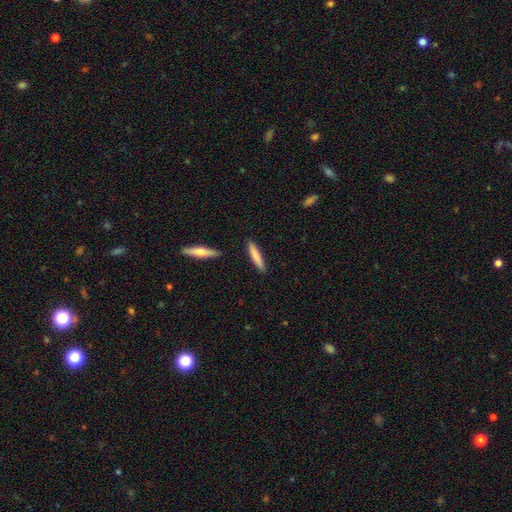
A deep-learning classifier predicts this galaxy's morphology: Smooth or featured? Predicted: smooth (p=0.79). How rounded? Predicted: cigar-shaped (p=0.90). Merging? Predicted: none (p=0.88).